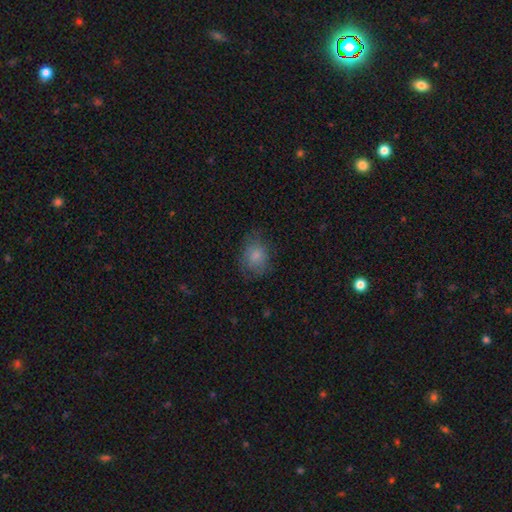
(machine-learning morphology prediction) Smooth or featured? smooth (80%)
How rounded? in between (50%)
Merging? none (67%)